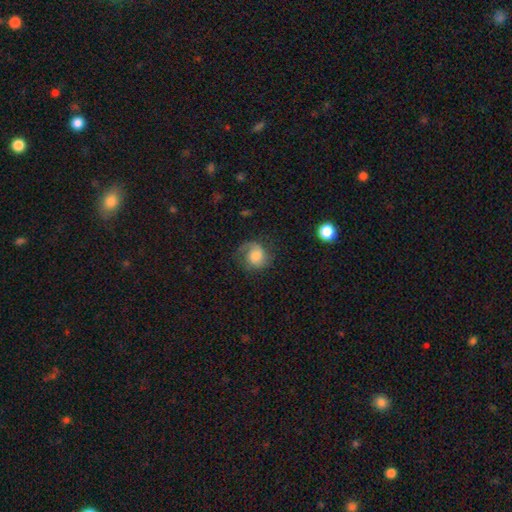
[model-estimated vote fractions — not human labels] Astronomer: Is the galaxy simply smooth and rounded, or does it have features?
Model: featured or disk — 47% (runner-up: smooth, 44%).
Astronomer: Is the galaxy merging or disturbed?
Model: none — 57%.